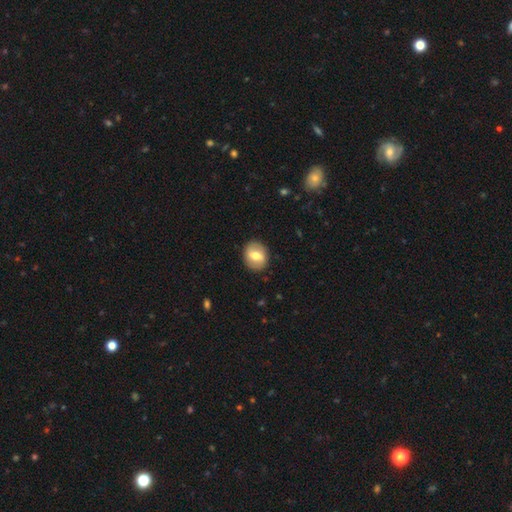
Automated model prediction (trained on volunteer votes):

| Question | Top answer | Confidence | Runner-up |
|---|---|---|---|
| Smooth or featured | smooth | 59% | featured or disk (34%) |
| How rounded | round | 63% | in between (36%) |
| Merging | none | 88% | minor disturbance (9%) |